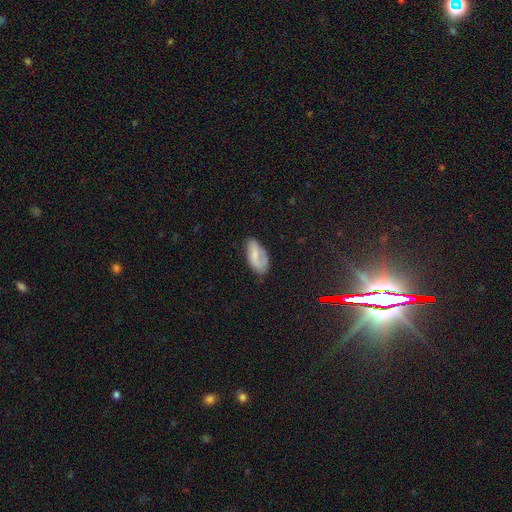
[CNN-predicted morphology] Smooth or featured? smooth (65%)
How rounded? in between (92%)
Merging? none (62%)